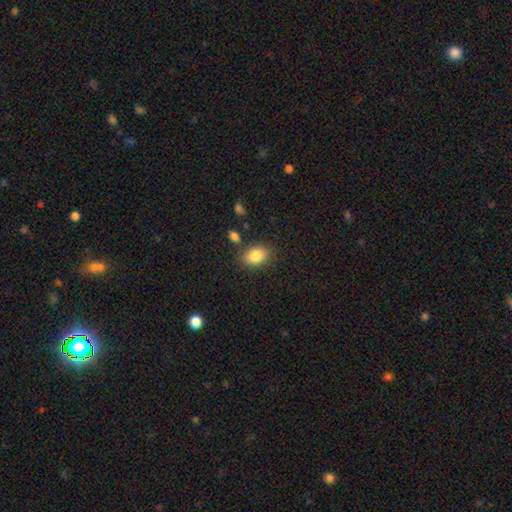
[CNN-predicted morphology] Smooth or featured? smooth (85%)
How rounded? in between (78%)
Merging? none (80%)